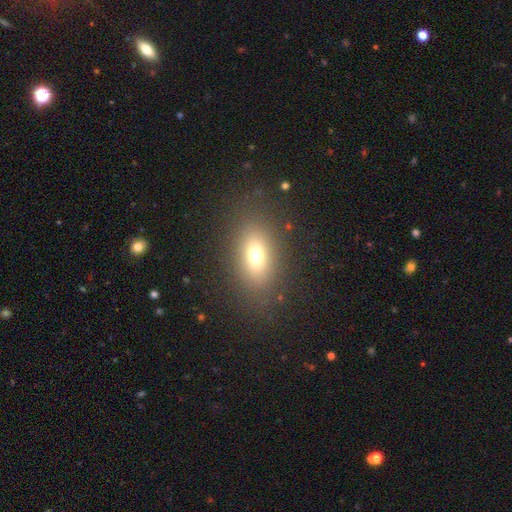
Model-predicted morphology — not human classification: smooth_or_featured: smooth (p=0.70) [alt: star or artifact p=0.15]
how_rounded: in between (p=0.76) [alt: round p=0.20]
merging: none (p=0.83) [alt: minor disturbance p=0.10]